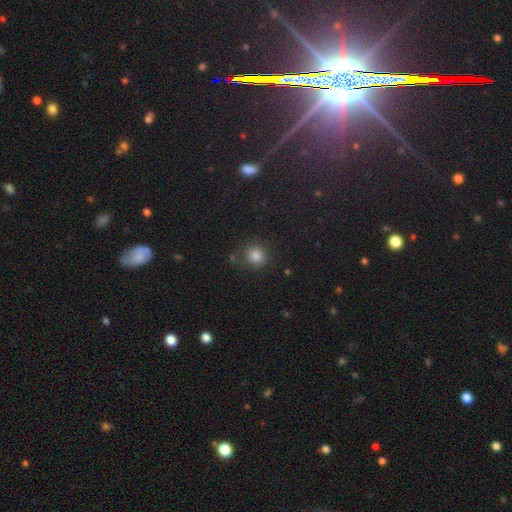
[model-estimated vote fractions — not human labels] Overall: smooth (82%). How rounded: round (80%). Merging: none (79%).